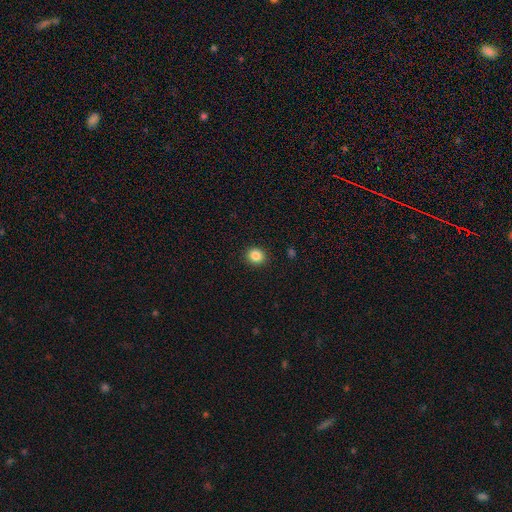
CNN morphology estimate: The model was most divided on "how rounded": round: 80%, in between: 19%, cigar-shaped: 1%. More confident: merging — none (92%); smooth or featured — smooth (86%).